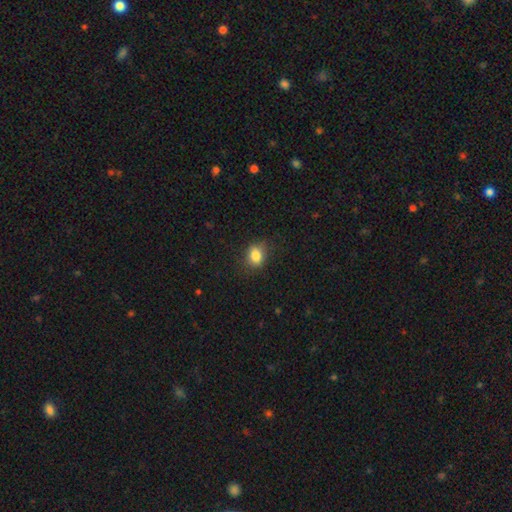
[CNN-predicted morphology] Overall: smooth (83%). How rounded: in between (61%; round 37%). Merging: none (79%).